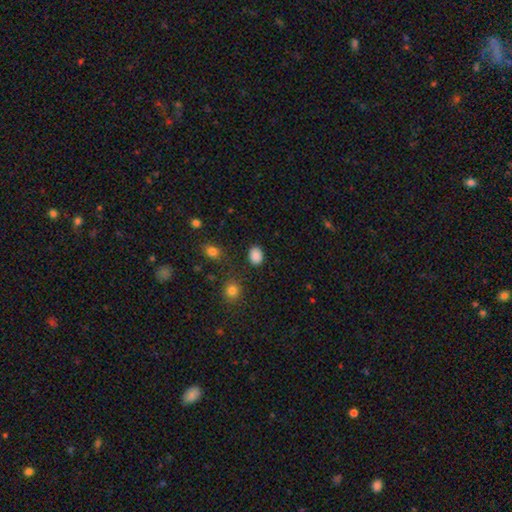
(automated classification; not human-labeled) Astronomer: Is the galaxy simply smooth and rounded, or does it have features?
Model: smooth — 87%.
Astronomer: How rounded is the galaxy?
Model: in between — 65%.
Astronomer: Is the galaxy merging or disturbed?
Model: none — 86%.